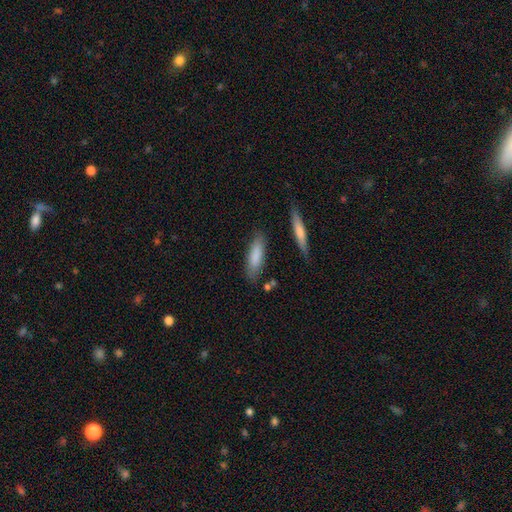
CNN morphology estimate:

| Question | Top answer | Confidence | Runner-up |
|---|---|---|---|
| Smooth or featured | smooth | 82% | featured or disk (12%) |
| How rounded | cigar-shaped | 56% | in between (42%) |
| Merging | none | 78% | minor disturbance (15%) |